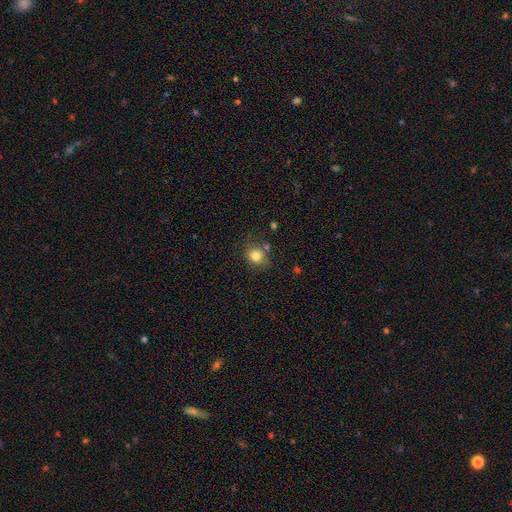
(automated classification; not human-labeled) This appears to be a smooth galaxy with no disk features (81%) that is round (81%). Merging: none (73%).